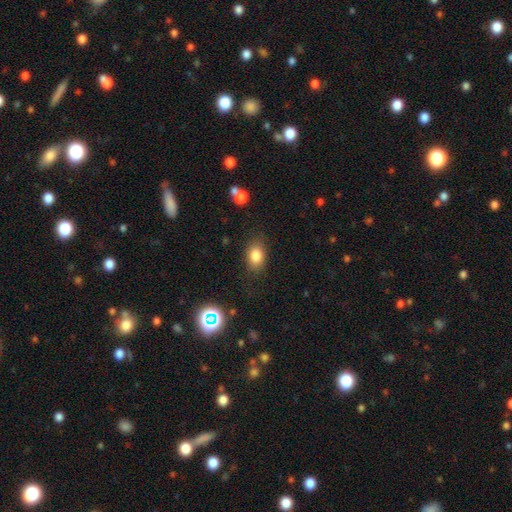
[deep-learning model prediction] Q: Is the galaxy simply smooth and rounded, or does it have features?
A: smooth — 83%.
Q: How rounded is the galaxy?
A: in between — 77%.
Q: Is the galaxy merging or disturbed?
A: none — 80%.